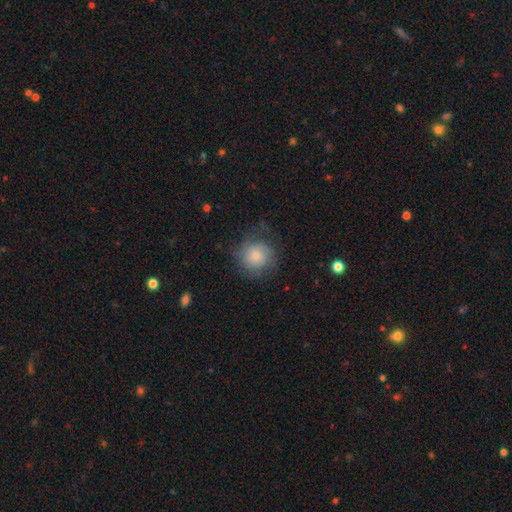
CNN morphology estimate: type=smooth (68%); roundness=round (91%); merging=none (64%).